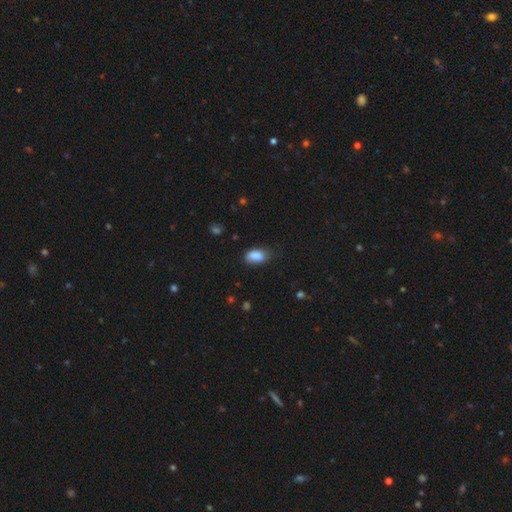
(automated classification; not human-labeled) This appears to be a smooth galaxy with no disk features (87%) that is in between round and cigar-shaped (90%). Merging: none (65%).